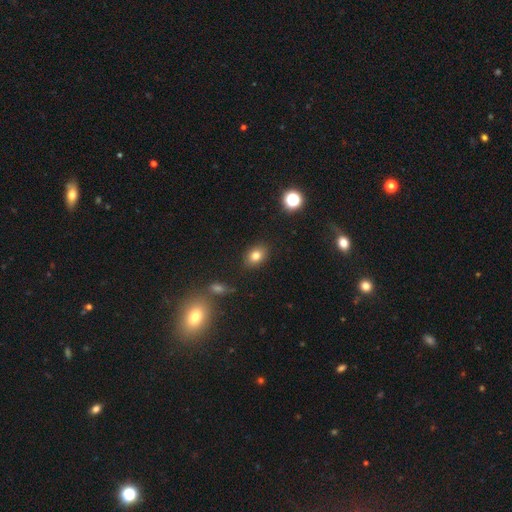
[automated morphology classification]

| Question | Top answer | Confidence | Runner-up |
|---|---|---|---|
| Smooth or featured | smooth | 79% | star or artifact (12%) |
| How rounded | in between | 68% | round (31%) |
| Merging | none | 87% | minor disturbance (9%) |